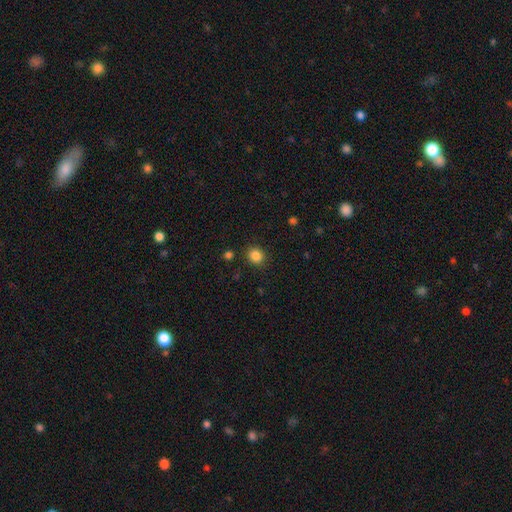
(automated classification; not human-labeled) smooth 85%, star or artifact 11%, featured or disk 4%. Down the decision tree: how rounded — round (80%); merging — none (88%).